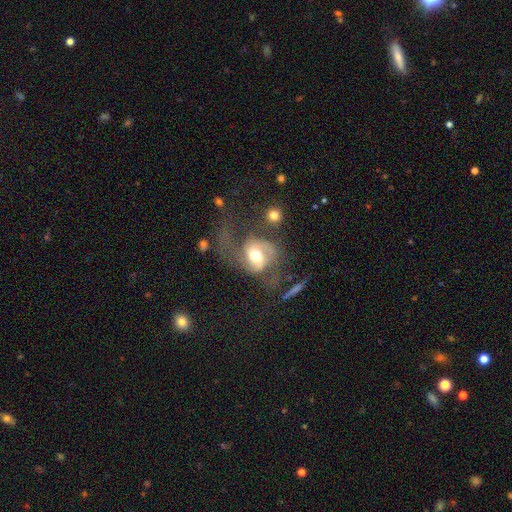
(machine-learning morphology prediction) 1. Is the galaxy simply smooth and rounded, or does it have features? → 72% featured or disk, 21% smooth, 7% star or artifact.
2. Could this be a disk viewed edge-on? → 97% no, 3% yes.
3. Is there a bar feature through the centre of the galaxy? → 46% no, 39% weak, 15% strong.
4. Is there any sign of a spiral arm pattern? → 88% yes, 12% no.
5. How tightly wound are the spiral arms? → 45% loose, 42% medium, 13% tight.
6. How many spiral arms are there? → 73% 2, 14% 1, 8% can't tell, 3% 3, 1% 4, 1% more than 4.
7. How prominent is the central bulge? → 68% moderate, 18% large, 10% small, 2% dominant, 1% none.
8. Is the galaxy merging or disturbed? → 45% major disturbance, 31% none, 16% minor disturbance, 8% merger.